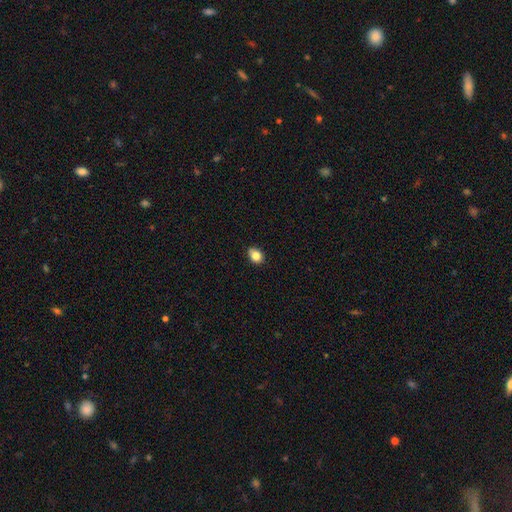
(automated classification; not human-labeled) Q: Smooth or featured?
A: smooth (83%); runner-up: star or artifact (10%)
Q: How rounded?
A: in between (64%); runner-up: round (35%)
Q: Merging?
A: none (83%); runner-up: minor disturbance (14%)